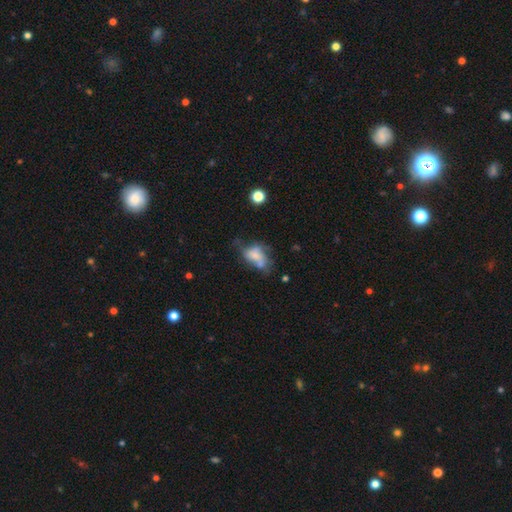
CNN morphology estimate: Overall: smooth (54%; featured or disk 35%). How rounded: in between (81%). Merging: merger (27%; major disturbance 26%).